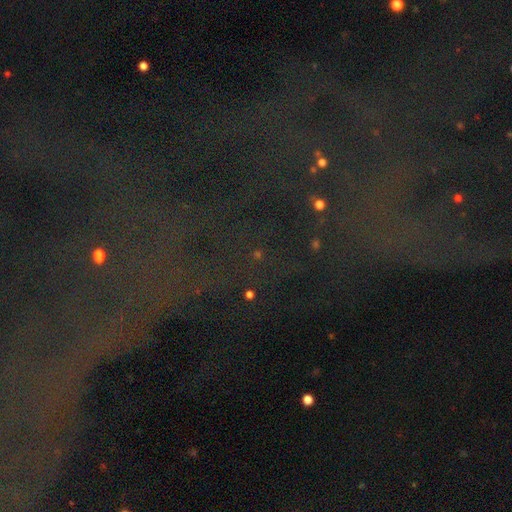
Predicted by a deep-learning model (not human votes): Smooth or featured: star or artifact — 76% (smooth — 12%)